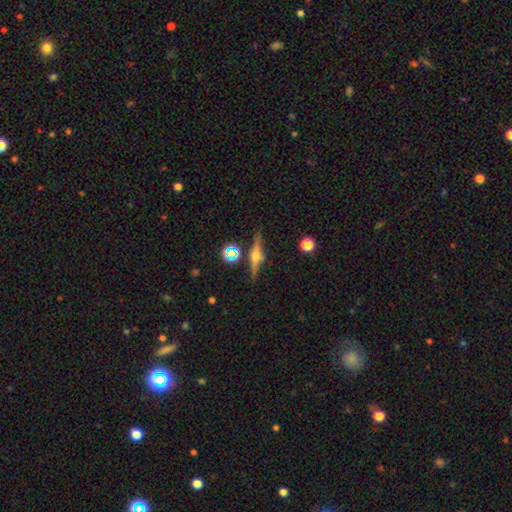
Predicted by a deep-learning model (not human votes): smooth-or-featured: featured or disk: 74% | smooth: 16% | star or artifact: 10%
  disk-edge-on: yes: 96% | no: 4%
    edge-on-bulge: rounded: 93% | boxy: 5% | none: 2%
  merging: none: 85% | minor disturbance: 10% | merger: 3% | major disturbance: 2%